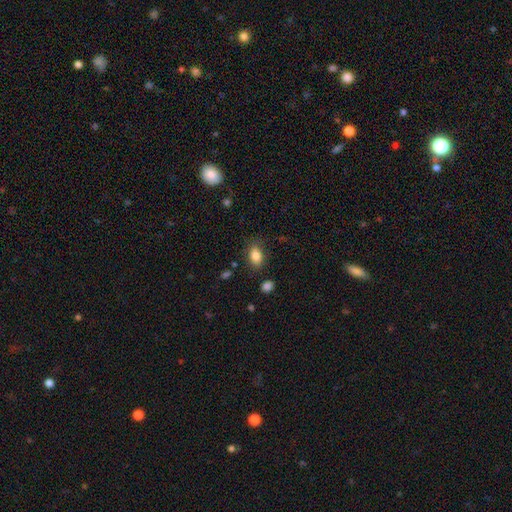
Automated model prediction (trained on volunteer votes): The model was most divided on "merging": none: 78%, minor disturbance: 15%, major disturbance: 4%, merger: 2%. More confident: smooth or featured — smooth (84%); how rounded — in between (83%).